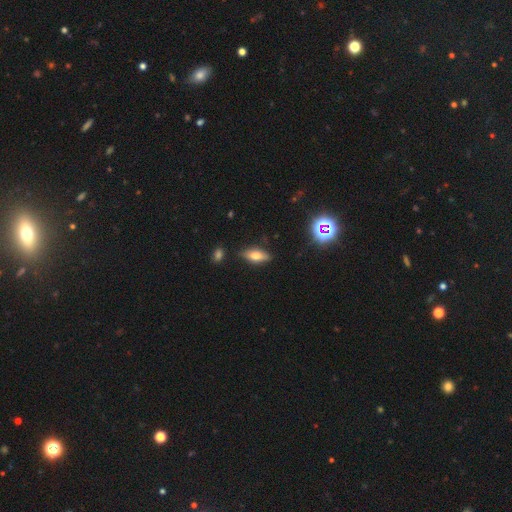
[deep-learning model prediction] Smooth or featured?
  - smooth: 62% *
  - featured or disk: 27%
  - star or artifact: 11%
How rounded?
  - in between: 71% *
  - cigar-shaped: 25%
  - round: 4%
Merging?
  - none: 83% *
  - minor disturbance: 12%
  - major disturbance: 3%
  - merger: 2%